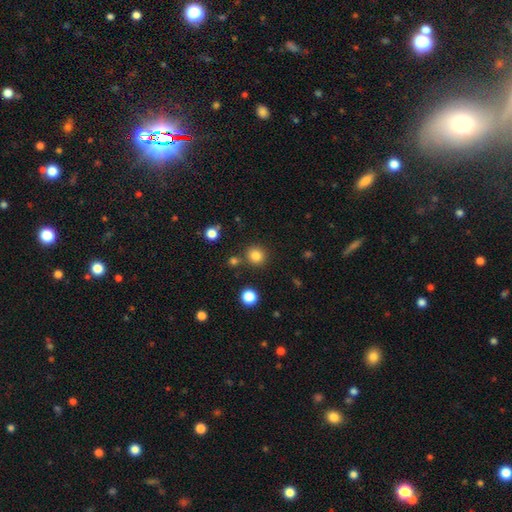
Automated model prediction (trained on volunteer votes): Smooth or featured? Predicted: smooth (p=0.82). How rounded? Predicted: round (p=0.90). Merging? Predicted: none (p=0.84).